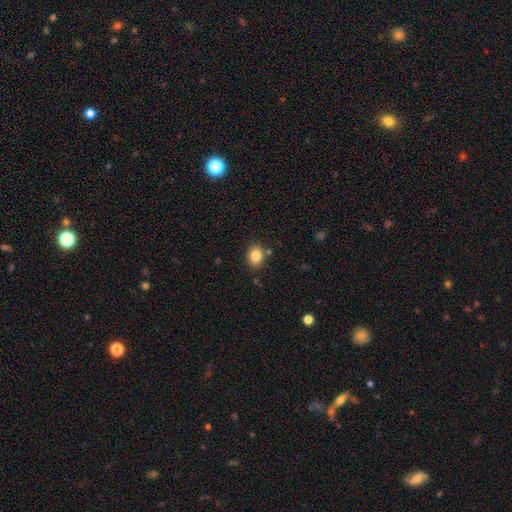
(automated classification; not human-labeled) Smooth or featured? smooth (84%)
How rounded? in between (58%)
Merging? none (82%)